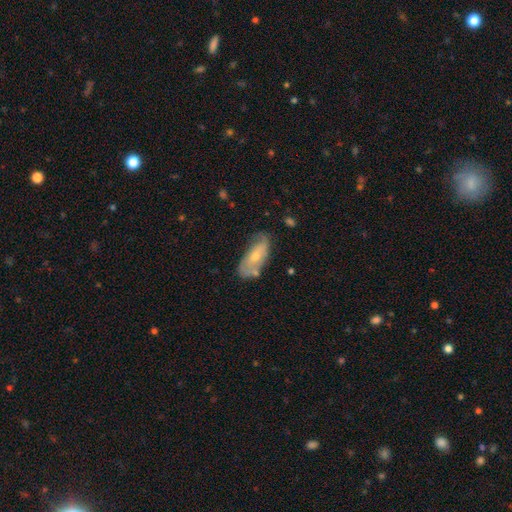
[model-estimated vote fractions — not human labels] This is possibly a smooth galaxy (48%). Merging: possibly none (51%).